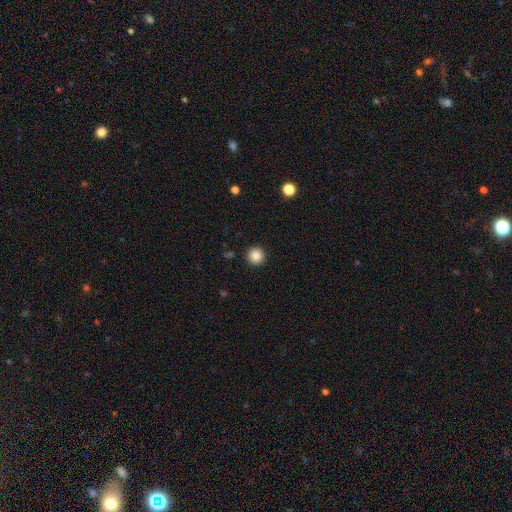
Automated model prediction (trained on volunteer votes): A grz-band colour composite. It shows a smooth galaxy with no disk features (86%) that is round (96%). Merging: none (93%).